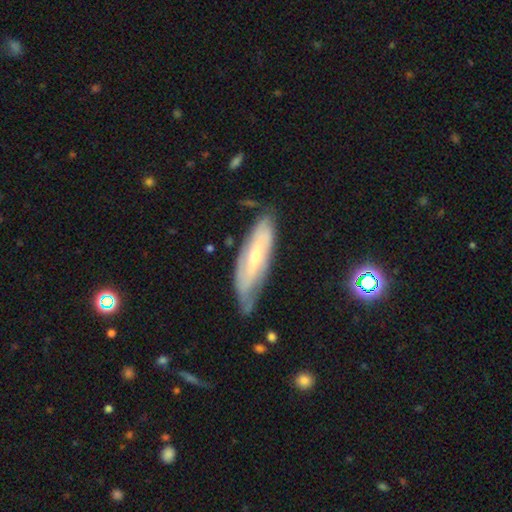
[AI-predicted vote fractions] This is likely a featured or disk galaxy (60%). It is likely not viewed edge-on (67%). Merging: possibly none (56%).